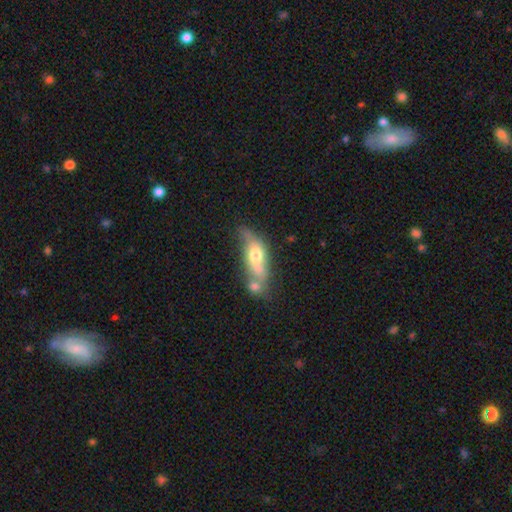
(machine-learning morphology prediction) A smooth galaxy with no disk features (51%) that is in between round and cigar-shaped (63%).

Vote fractions:
- Smooth or featured? smooth: 51% / featured or disk: 42% / star or artifact: 7%
- How rounded? in between: 63% / cigar-shaped: 32% / round: 6%
- Merging? merger: 40% / none: 33% / minor disturbance: 18% / major disturbance: 10%